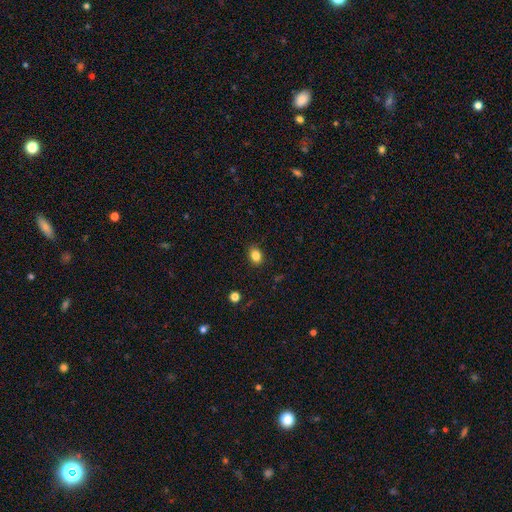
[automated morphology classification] Q: Smooth or featured?
A: smooth (84%); runner-up: star or artifact (11%)
Q: How rounded?
A: in between (63%); runner-up: round (36%)
Q: Merging?
A: none (87%); runner-up: minor disturbance (10%)